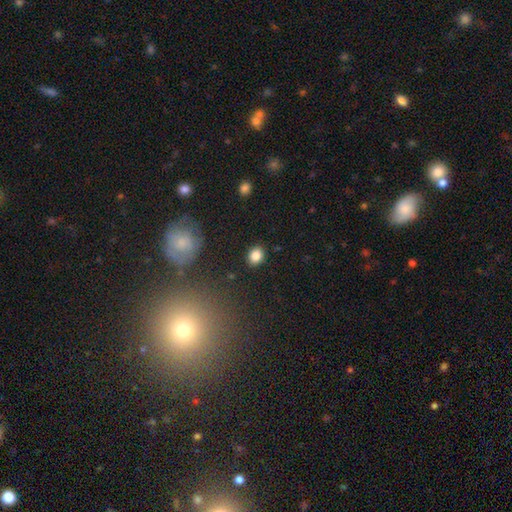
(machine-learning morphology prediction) This is clearly a smooth galaxy (84%). How rounded: possibly round (50%). Merging: clearly none (87%).